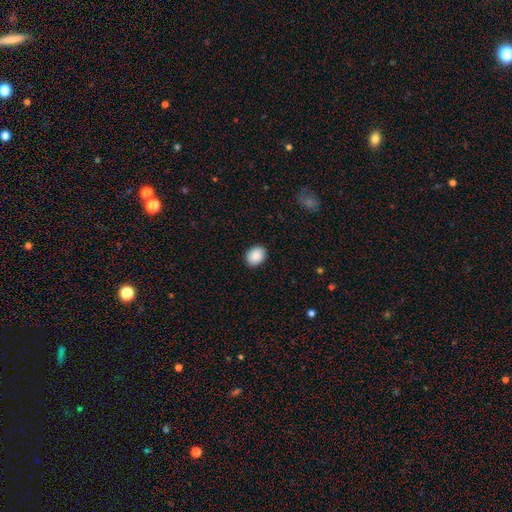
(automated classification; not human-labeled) smooth 89%, star or artifact 7%, featured or disk 3%. Down the decision tree: how rounded — in between (59%); merging — none (90%).